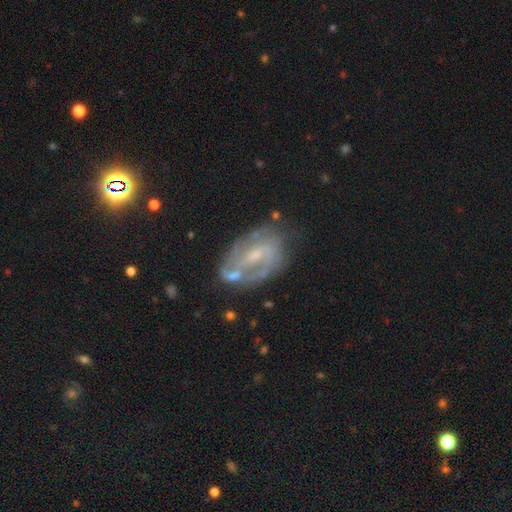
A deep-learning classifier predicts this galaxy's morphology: The model was most divided on "spiral winding": medium: 44%, tight: 38%, loose: 19%. More confident: edge-on disk — no (96%); spiral arms — yes (85%); smooth or featured — featured or disk (78%); merging — none (63%); spiral arm count — 2 (59%); bulge size — small (52%); bar — weak (51%).